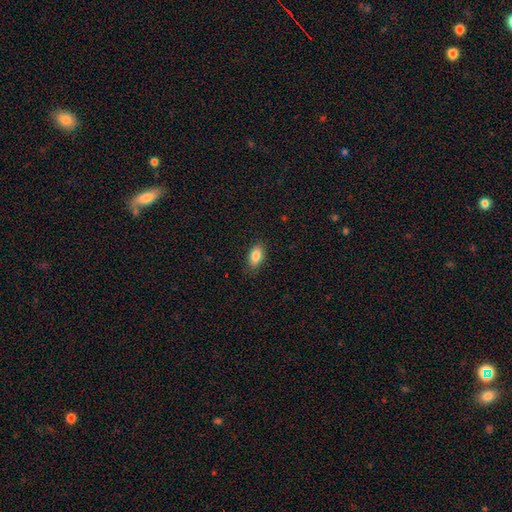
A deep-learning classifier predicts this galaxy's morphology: The model was most divided on "merging": none: 85%, minor disturbance: 12%, major disturbance: 2%, merger: 1%. More confident: how rounded — in between (91%); smooth or featured — smooth (85%).